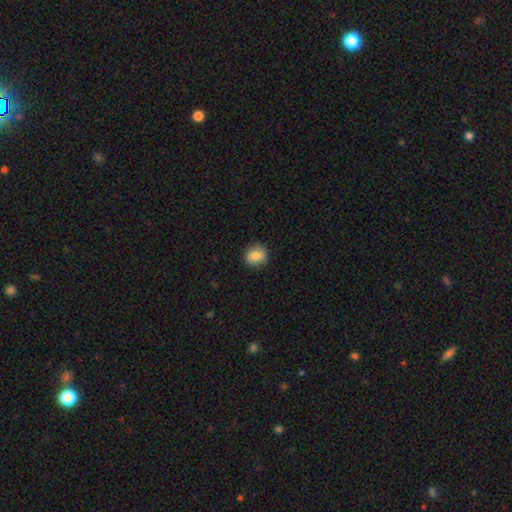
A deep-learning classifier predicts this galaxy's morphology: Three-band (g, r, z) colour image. It shows a smooth galaxy with no disk features (81%) that is round (77%). Merging: none (88%).